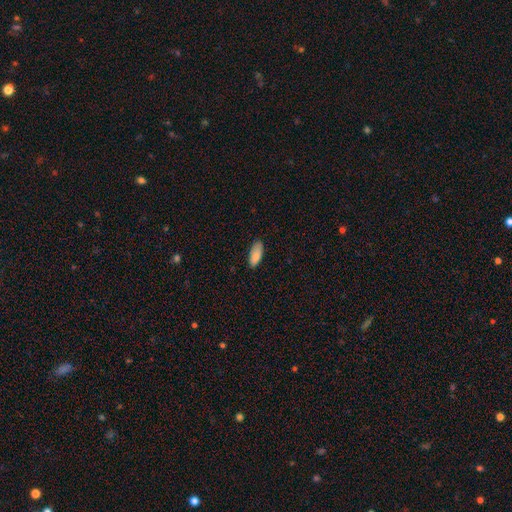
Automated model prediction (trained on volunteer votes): The model was most divided on "merging": none: 79%, minor disturbance: 18%, major disturbance: 3%, merger: 1%. More confident: smooth or featured — smooth (85%); how rounded — in between (81%).